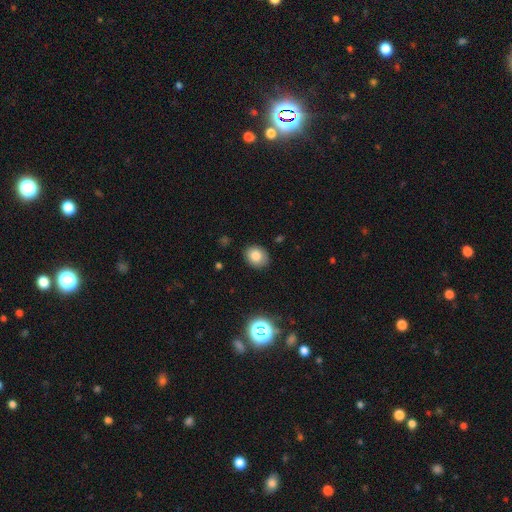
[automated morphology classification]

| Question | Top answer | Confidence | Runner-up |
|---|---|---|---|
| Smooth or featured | smooth | 82% | star or artifact (11%) |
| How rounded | round | 56% | in between (43%) |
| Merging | none | 86% | minor disturbance (11%) |